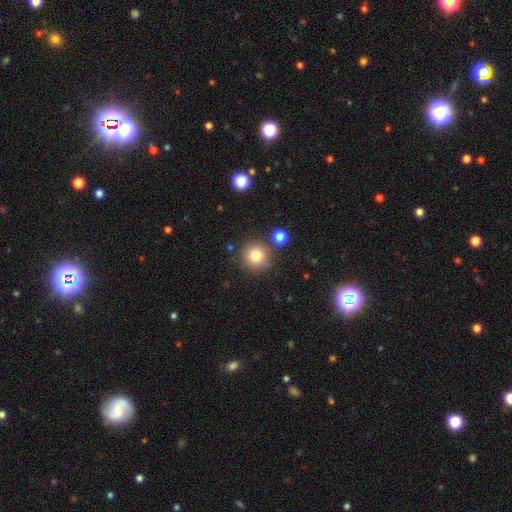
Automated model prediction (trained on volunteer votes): A smooth galaxy with no disk features (81%) that is round (93%). Merging: none (81%).